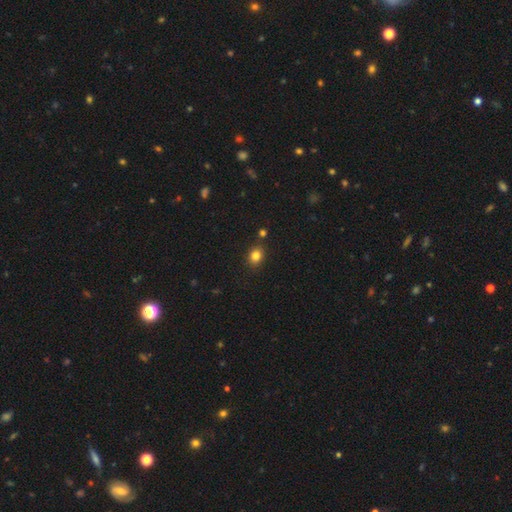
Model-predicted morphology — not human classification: smooth_or_featured: smooth (p=0.83) [alt: star or artifact p=0.12]
how_rounded: round (p=0.59) [alt: in between p=0.40]
merging: none (p=0.83) [alt: minor disturbance p=0.09]